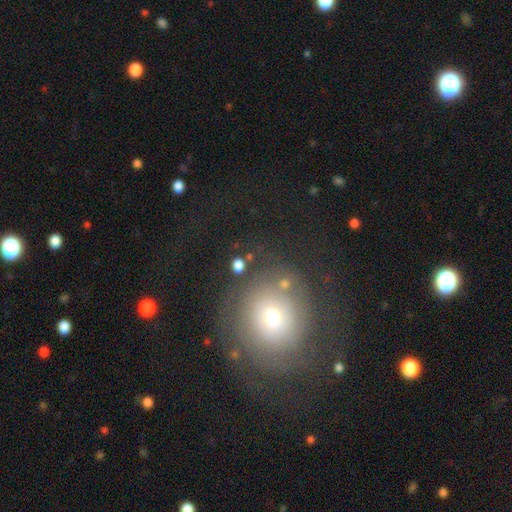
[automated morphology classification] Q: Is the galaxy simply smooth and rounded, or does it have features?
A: featured or disk — 42%.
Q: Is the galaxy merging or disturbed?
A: none — 68%.